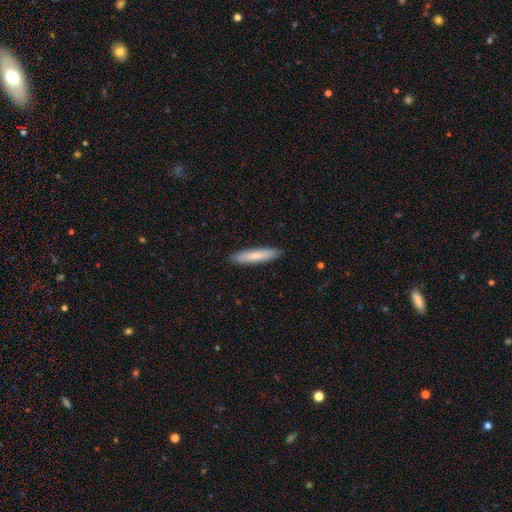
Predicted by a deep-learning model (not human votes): Smooth or featured?
  - smooth: 77% *
  - featured or disk: 18%
  - star or artifact: 5%
How rounded?
  - cigar-shaped: 89% *
  - in between: 10%
  - round: 1%
Merging?
  - none: 91% *
  - minor disturbance: 7%
  - major disturbance: 1%
  - merger: 1%